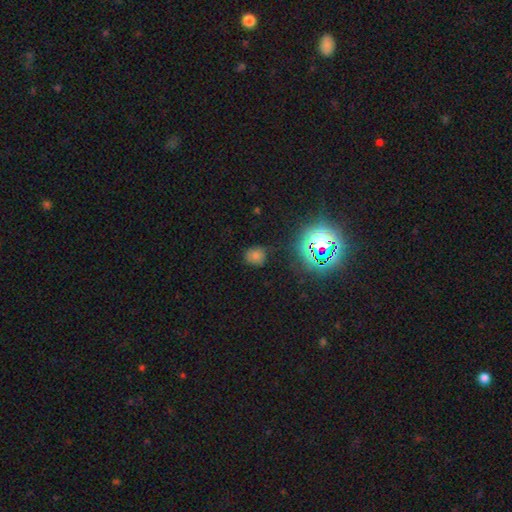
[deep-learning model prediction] Smooth or featured? Predicted: smooth (p=0.52). How rounded? Predicted: round (p=0.75). Merging? Predicted: none (p=0.78).